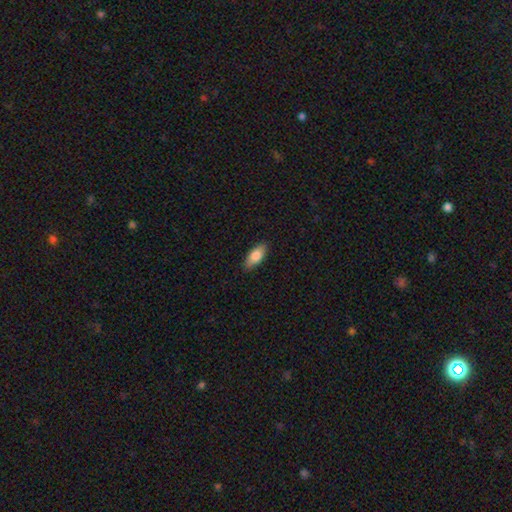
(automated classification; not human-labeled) A smooth galaxy with no disk features (81%) that is in between round and cigar-shaped (82%).

Vote fractions:
- Smooth or featured? smooth: 81% / featured or disk: 13% / star or artifact: 6%
- How rounded? in between: 82% / cigar-shaped: 16% / round: 2%
- Merging? none: 88% / minor disturbance: 9% / major disturbance: 2% / merger: 1%